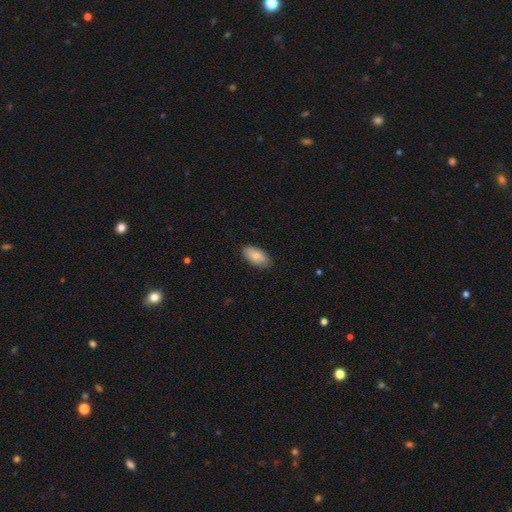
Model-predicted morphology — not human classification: This is clearly a smooth galaxy (83%). How rounded: clearly in between (94%). Merging: clearly none (84%).